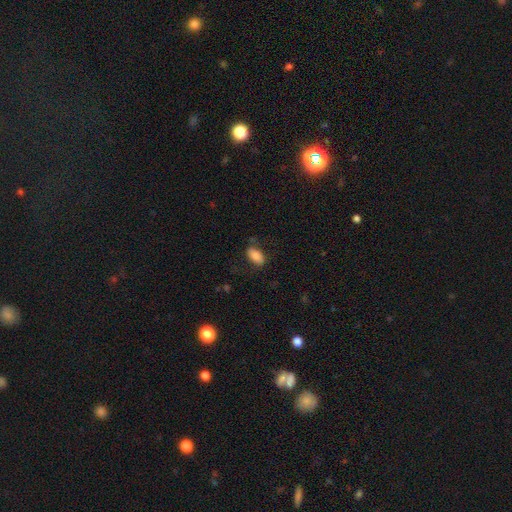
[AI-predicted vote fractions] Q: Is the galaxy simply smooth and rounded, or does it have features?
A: smooth — 78%.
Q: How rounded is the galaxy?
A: in between — 91%.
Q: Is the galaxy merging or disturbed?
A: none — 72%.